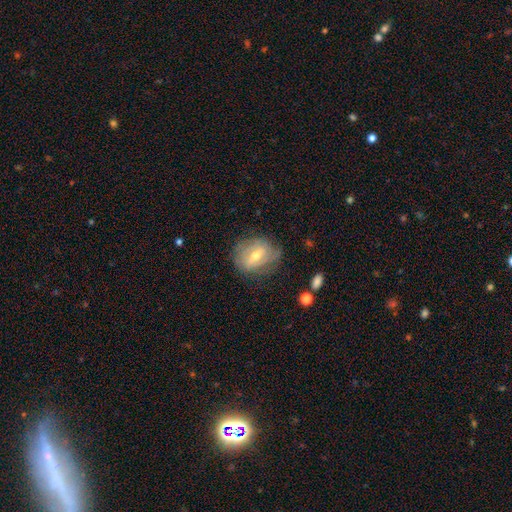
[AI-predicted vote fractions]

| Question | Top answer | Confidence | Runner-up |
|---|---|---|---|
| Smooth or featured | featured or disk | 63% | smooth (29%) |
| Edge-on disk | no | 95% | yes (5%) |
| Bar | weak | 52% | no (25%) |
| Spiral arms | yes | 73% | no (27%) |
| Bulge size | moderate | 63% | small (32%) |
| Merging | none | 66% | minor disturbance (23%) |